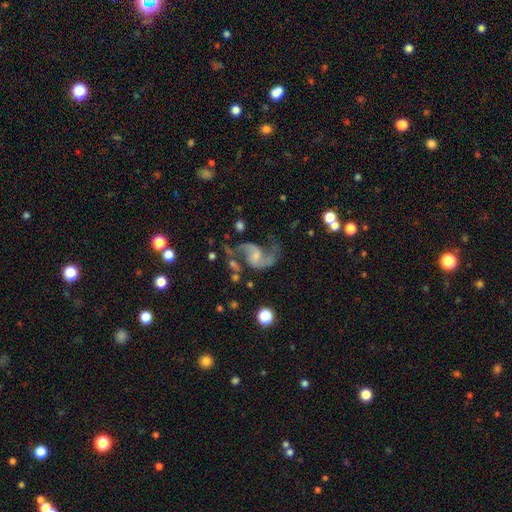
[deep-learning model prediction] A featured or disk galaxy (86%) with a weak bar (46%), 2 (91%) loose (63%) spiral arms (95%) and a small central bulge (53%).

Vote fractions:
- Smooth or featured? featured or disk: 86% / smooth: 7% / star or artifact: 7%
- Edge-on disk? no: 98% / yes: 2%
- Bar? weak: 46% / no: 40% / strong: 15%
- Spiral arms? yes: 95% / no: 5%
- Spiral winding? loose: 63% / medium: 31% / tight: 5%
- Spiral arm count? 2: 91% / 1: 4% / can't tell: 2% / 3: 1% / 4: 1% / more than 4: 1%
- Bulge size? small: 53% / moderate: 26% / none: 16% / large: 3% / dominant: 1%
- Merging? none: 51% / major disturbance: 23% / minor disturbance: 19% / merger: 8%